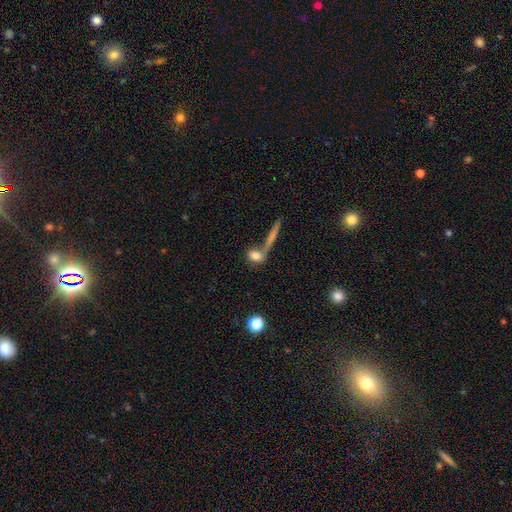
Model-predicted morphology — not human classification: This is likely a smooth galaxy (72%). How rounded: possibly in between (56%). Merging: possibly none (46%).